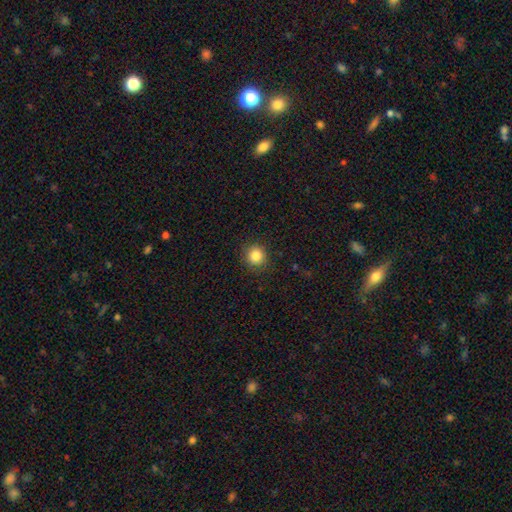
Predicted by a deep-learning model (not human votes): Smooth or featured? smooth (84%)
How rounded? round (91%)
Merging? none (89%)